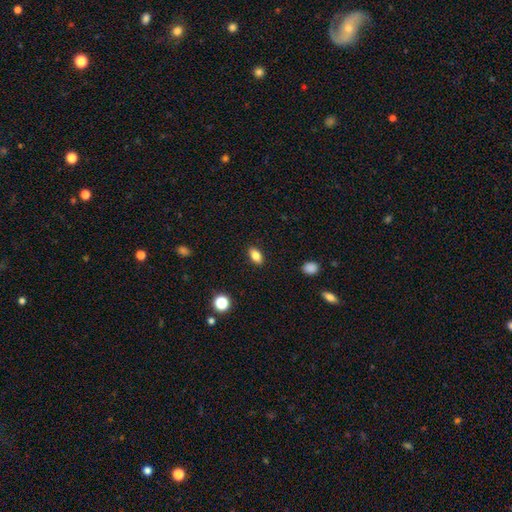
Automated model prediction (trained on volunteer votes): Overall: smooth (78%). How rounded: in between (84%). Merging: none (89%).